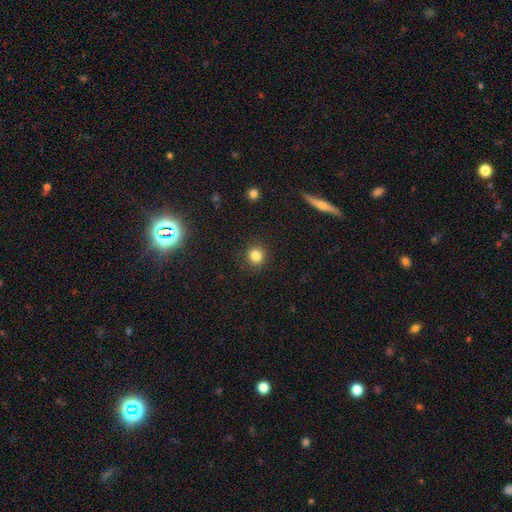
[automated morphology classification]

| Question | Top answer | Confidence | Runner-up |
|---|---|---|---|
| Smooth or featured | smooth | 83% | star or artifact (12%) |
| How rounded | round | 91% | in between (8%) |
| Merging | none | 91% | minor disturbance (6%) |